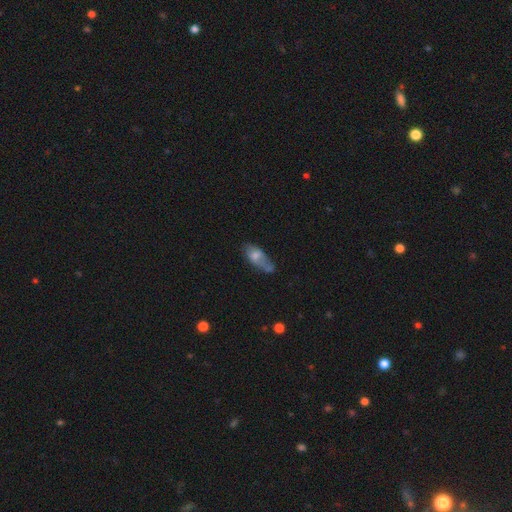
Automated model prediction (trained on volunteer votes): Morphology: type=smooth (57%); roundness=in between (77%); merging=none (42%).